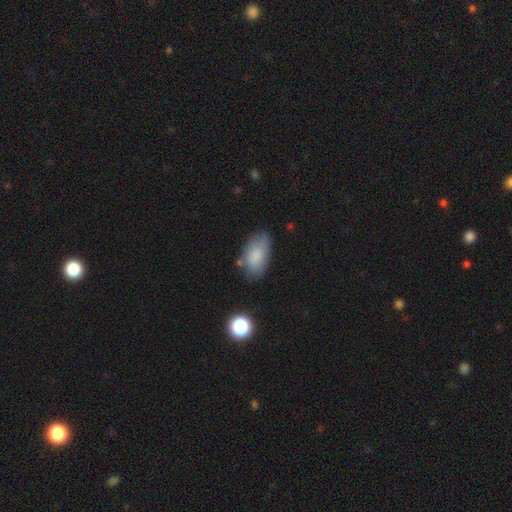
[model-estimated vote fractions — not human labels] Smooth or featured: smooth — 84% (featured or disk — 9%)
How rounded: in between — 93% (round — 4%)
Merging: none — 66% (minor disturbance — 24%)